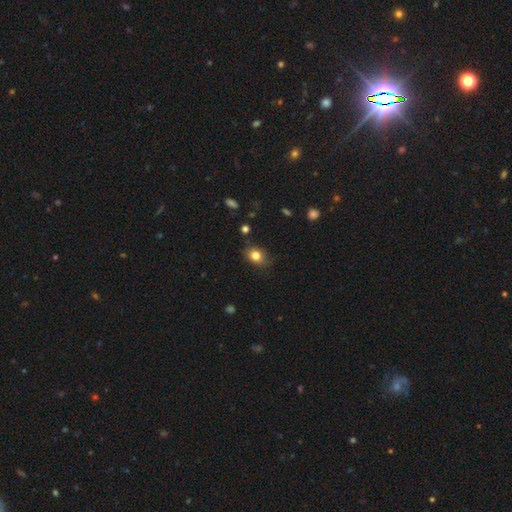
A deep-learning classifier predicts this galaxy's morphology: Q: Smooth or featured?
A: smooth (81%); runner-up: star or artifact (11%)
Q: How rounded?
A: in between (53%); runner-up: round (45%)
Q: Merging?
A: none (78%); runner-up: minor disturbance (17%)